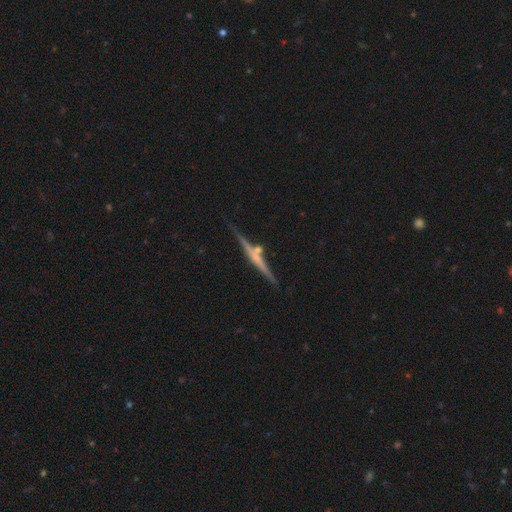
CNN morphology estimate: type=featured or disk (69%); edge-on=yes (97%); edge-on bulge=rounded (44%, tied with none); merging=none (77%).